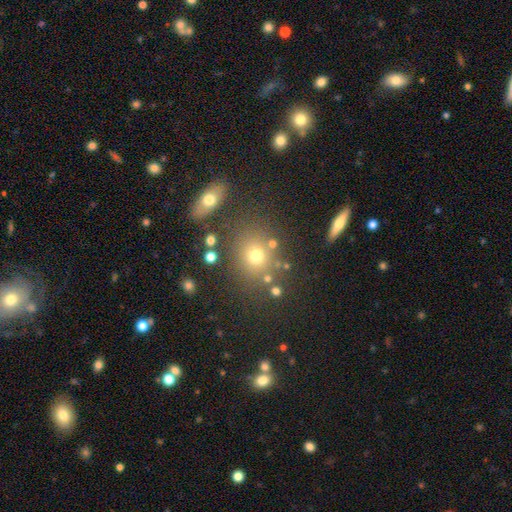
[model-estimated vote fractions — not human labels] A smooth galaxy with no disk features (68%) that is round (66%).

Vote fractions:
- Smooth or featured? smooth: 68% / star or artifact: 19% / featured or disk: 13%
- How rounded? round: 66% / in between: 32% / cigar-shaped: 2%
- Merging? none: 75% / minor disturbance: 11% / merger: 9% / major disturbance: 5%